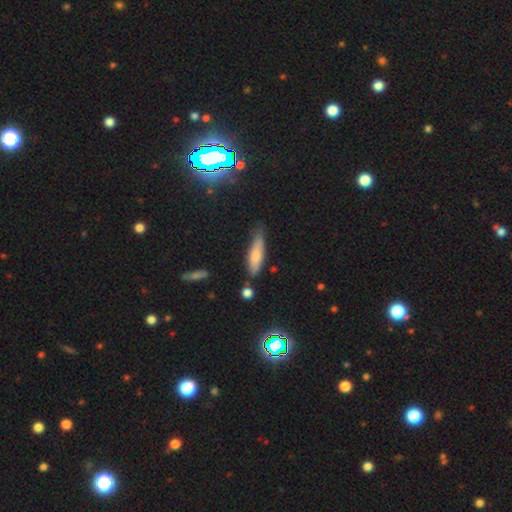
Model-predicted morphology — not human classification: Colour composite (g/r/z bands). It shows a smooth galaxy with no disk features (73%) that is cigar-shaped (62%). Merging: none (59%).